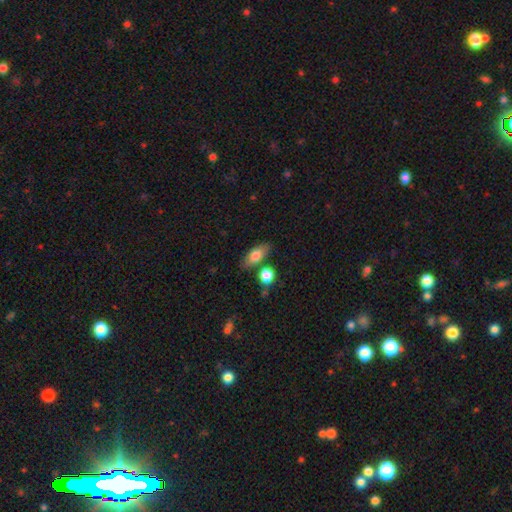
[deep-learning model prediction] smooth 74%, featured or disk 19%, star or artifact 7%. Down the decision tree: how rounded — in between (76%); merging — none (73%).